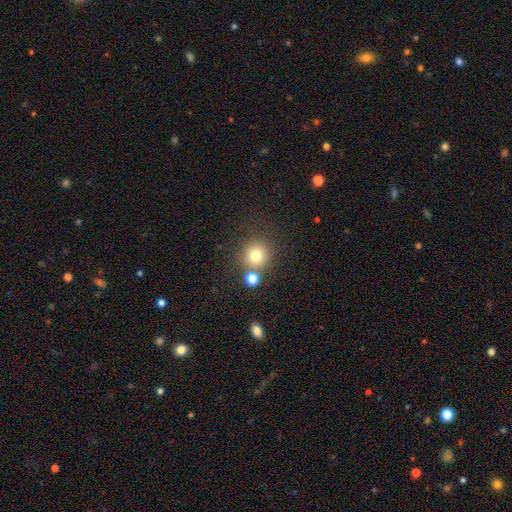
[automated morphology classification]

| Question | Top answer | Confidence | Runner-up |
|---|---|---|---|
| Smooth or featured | smooth | 77% | star or artifact (14%) |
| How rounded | round | 92% | in between (7%) |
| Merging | none | 72% | merger (17%) |